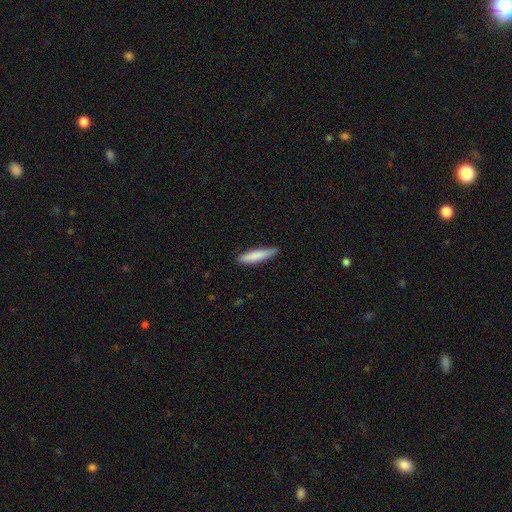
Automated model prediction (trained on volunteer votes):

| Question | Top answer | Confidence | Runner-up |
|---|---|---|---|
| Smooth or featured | smooth | 83% | featured or disk (12%) |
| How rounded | cigar-shaped | 84% | in between (15%) |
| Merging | none | 82% | minor disturbance (15%) |